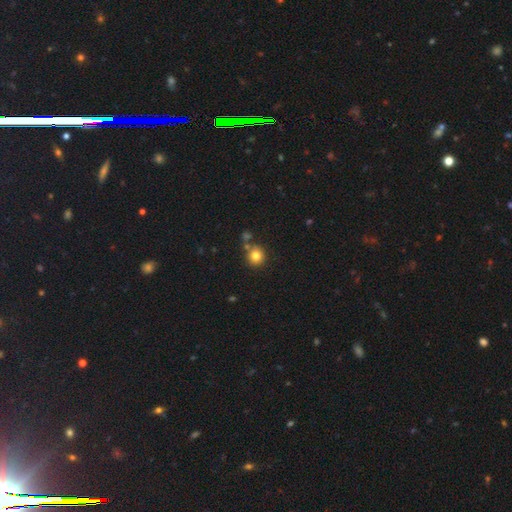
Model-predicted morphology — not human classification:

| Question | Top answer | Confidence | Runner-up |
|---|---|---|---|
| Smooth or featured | smooth | 81% | star or artifact (12%) |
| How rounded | round | 91% | in between (8%) |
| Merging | none | 75% | merger (13%) |